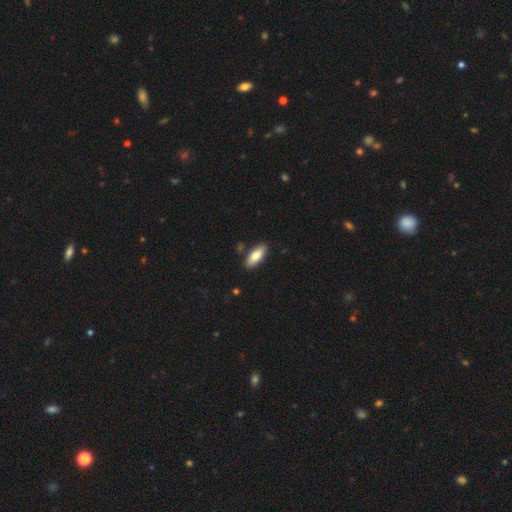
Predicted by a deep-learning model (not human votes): smooth-or-featured: smooth: 80% | featured or disk: 14% | star or artifact: 6%
  how-rounded: in between: 77% | cigar-shaped: 21% | round: 2%
  merging: none: 87% | minor disturbance: 9% | merger: 2% | major disturbance: 2%